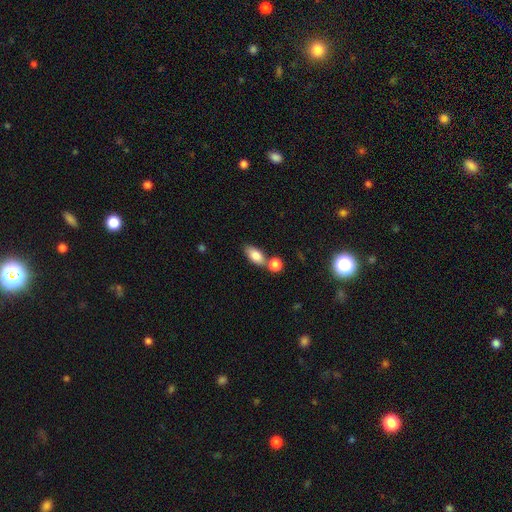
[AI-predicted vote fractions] This is clearly a smooth galaxy (81%). How rounded: clearly in between (85%). Merging: possibly none (53%).